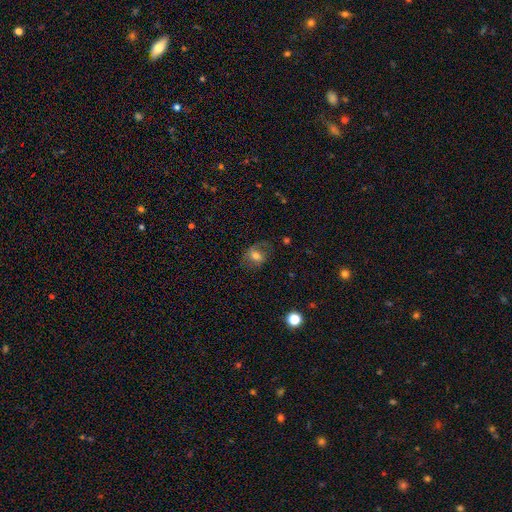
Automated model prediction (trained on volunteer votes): This is possibly a smooth galaxy (50%). Merging: possibly none (58%).